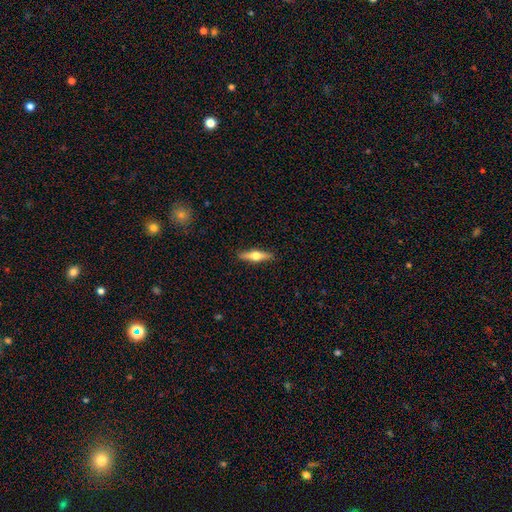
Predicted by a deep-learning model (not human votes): This is possibly a featured or disk galaxy (54%). It is clearly viewed edge-on (95%). Edge-on bulge: clearly rounded (95%). Merging: clearly none (90%).